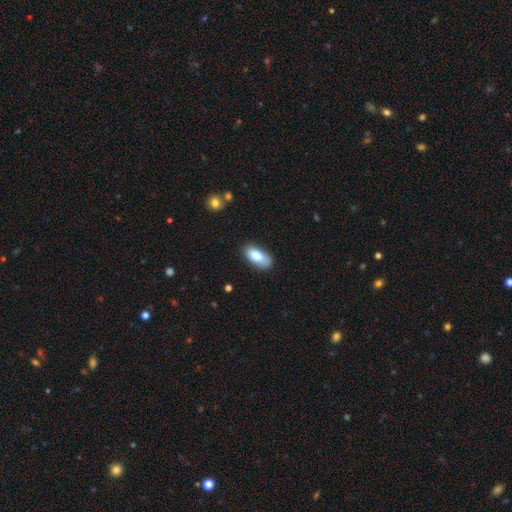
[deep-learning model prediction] A smooth galaxy with no disk features (81%) that is in between round and cigar-shaped (90%). Merging: none (69%).